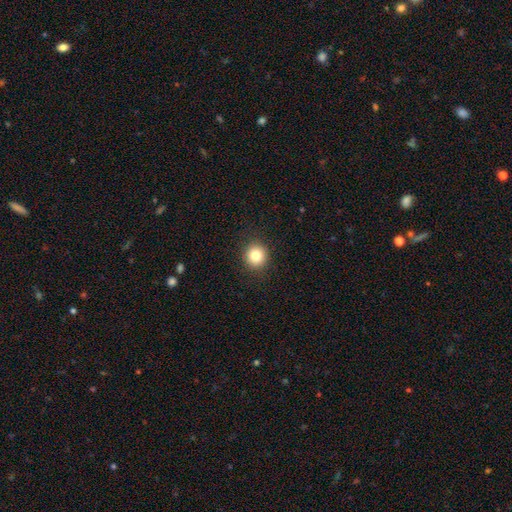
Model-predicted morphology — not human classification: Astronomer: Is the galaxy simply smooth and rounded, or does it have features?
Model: smooth — 83%.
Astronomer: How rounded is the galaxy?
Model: round — 92%.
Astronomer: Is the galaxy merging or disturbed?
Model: none — 92%.